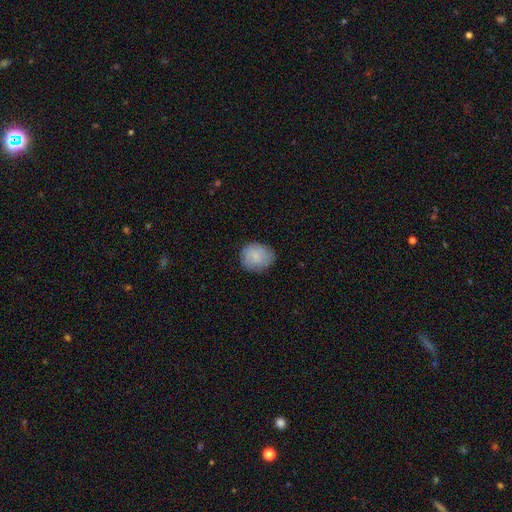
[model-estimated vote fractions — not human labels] A smooth galaxy with no disk features (79%) that is round (75%).

Vote fractions:
- Smooth or featured? smooth: 79% / featured or disk: 14% / star or artifact: 7%
- How rounded? round: 75% / in between: 24% / cigar-shaped: 1%
- Merging? none: 80% / minor disturbance: 15% / major disturbance: 3% / merger: 1%